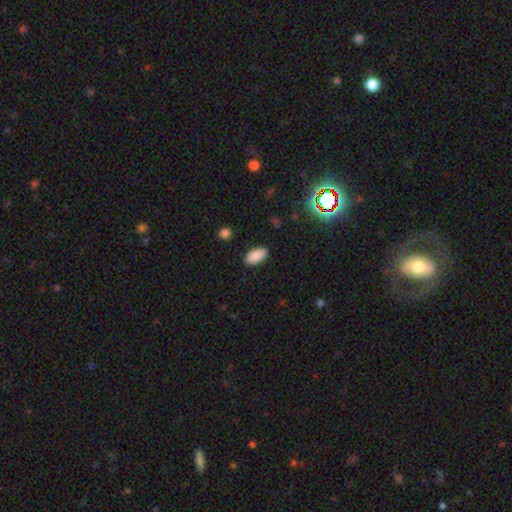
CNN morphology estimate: type=smooth (88%); roundness=in between (94%); merging=none (87%).